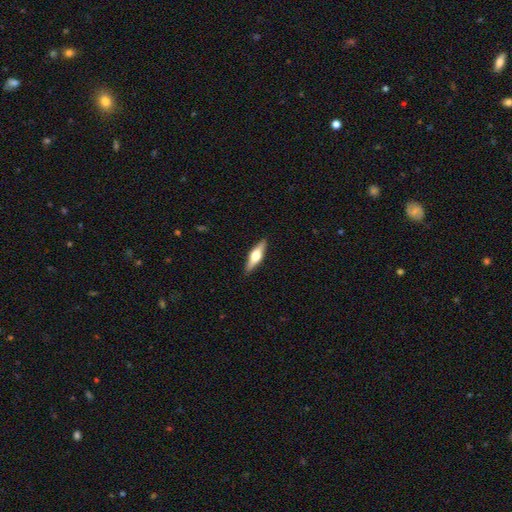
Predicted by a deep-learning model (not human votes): Smooth or featured? Predicted: featured or disk (p=0.57). Edge-on disk? Predicted: yes (p=0.95). Edge-on bulge? Predicted: rounded (p=0.95). Merging? Predicted: none (p=0.90).